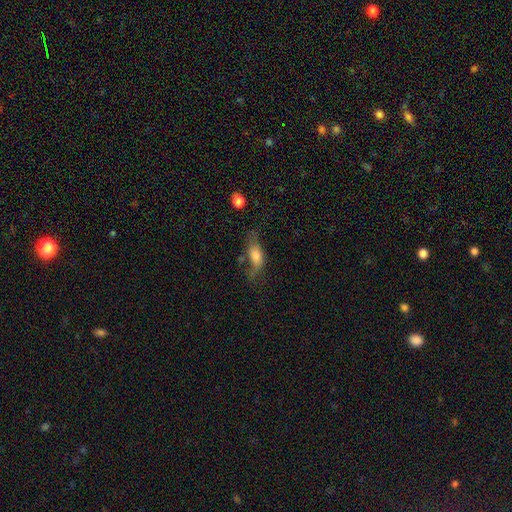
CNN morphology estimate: type=smooth (57%); roundness=in between (69%); merging=none (45%).